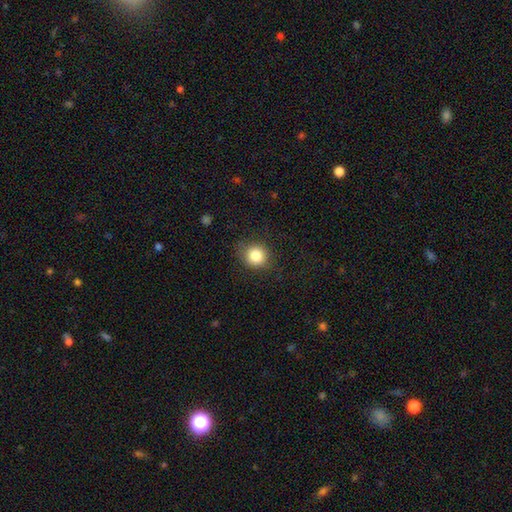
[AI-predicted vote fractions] This appears to be a smooth galaxy with no disk features (84%) that is round (85%). Merging: none (82%).